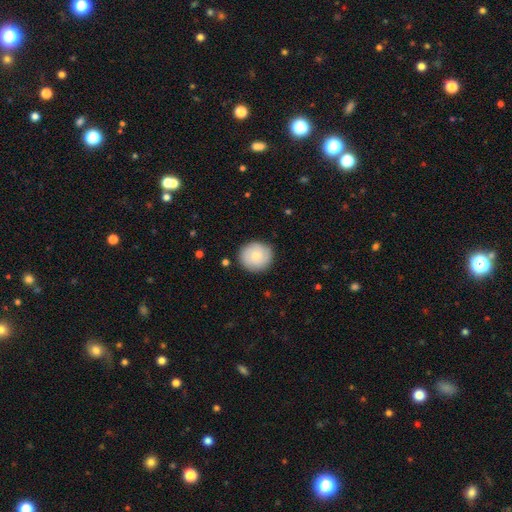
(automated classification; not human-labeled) Smooth or featured? smooth (73%)
How rounded? round (90%)
Merging? none (87%)